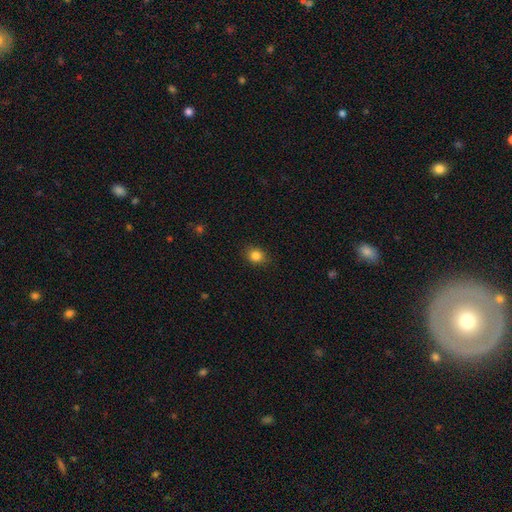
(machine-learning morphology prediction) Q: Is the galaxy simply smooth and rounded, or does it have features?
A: smooth — 84%.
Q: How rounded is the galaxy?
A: round — 59%.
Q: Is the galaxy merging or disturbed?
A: none — 86%.